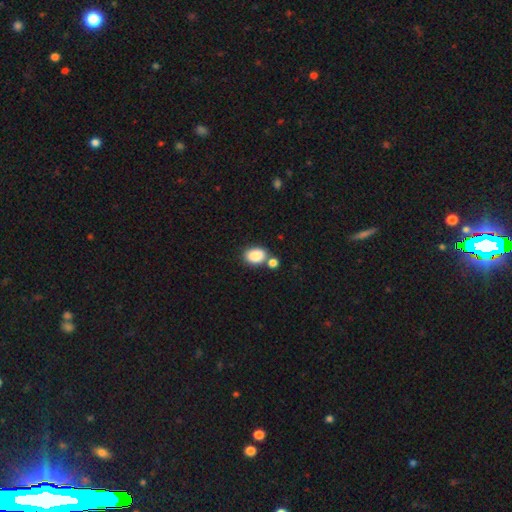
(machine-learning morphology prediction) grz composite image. It shows a smooth galaxy with no disk features (87%) that is in between round and cigar-shaped (74%). Merging: none (57%).